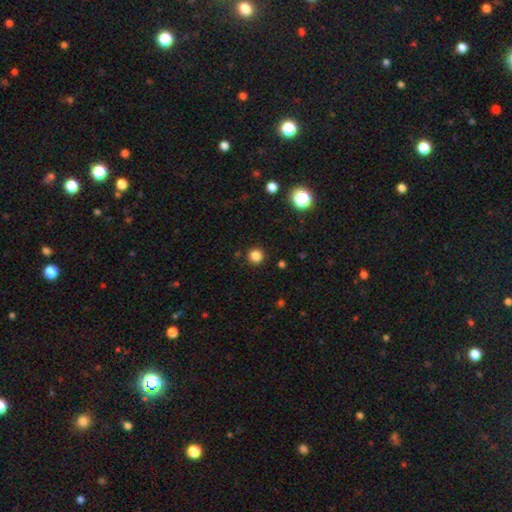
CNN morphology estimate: type=smooth (84%); roundness=round (95%); merging=none (92%).